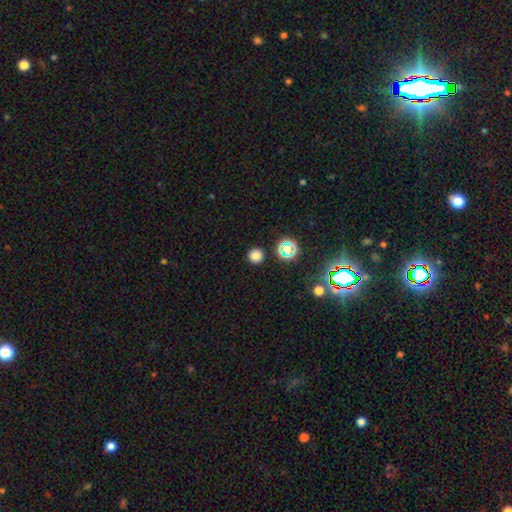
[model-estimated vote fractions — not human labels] This appears to be a smooth galaxy with no disk features (76%) that is round (95%). Merging: none (90%).